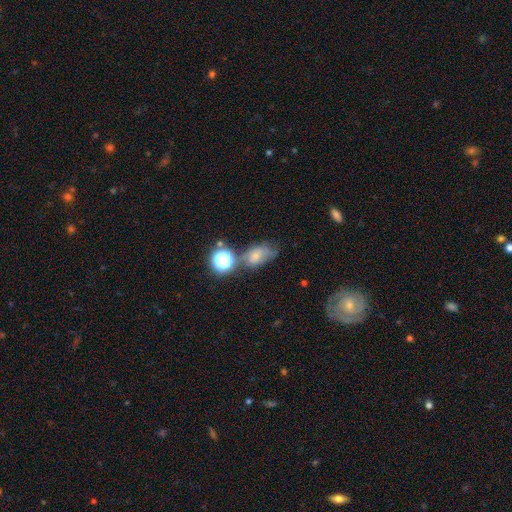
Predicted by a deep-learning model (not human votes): A smooth galaxy with no disk features (43%).

Vote fractions:
- Smooth or featured? smooth: 43% / star or artifact: 29% / featured or disk: 29%
- Merging? none: 59% / minor disturbance: 19% / merger: 13% / major disturbance: 9%